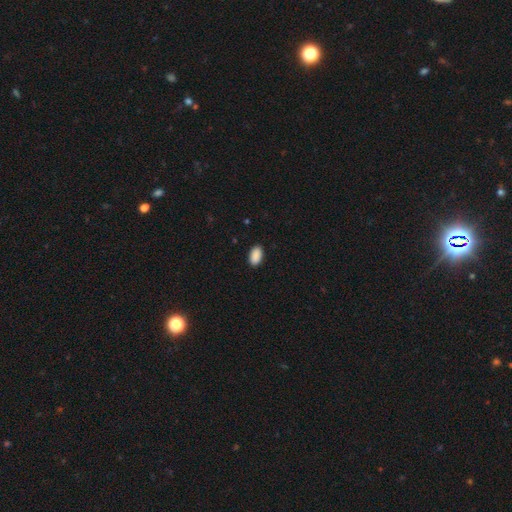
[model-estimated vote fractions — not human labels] Q: Smooth or featured?
A: smooth (91%); runner-up: star or artifact (7%)
Q: How rounded?
A: in between (94%); runner-up: round (4%)
Q: Merging?
A: none (90%); runner-up: minor disturbance (8%)